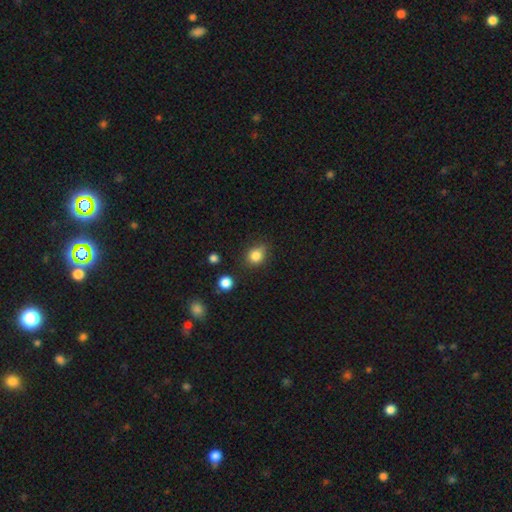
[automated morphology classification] Smooth or featured? Predicted: smooth (p=0.83). How rounded? Predicted: round (p=0.67). Merging? Predicted: none (p=0.72).